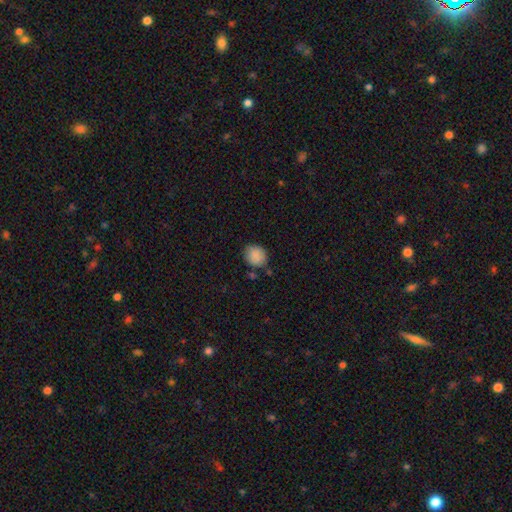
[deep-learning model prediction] Smooth or featured? smooth (88%)
How rounded? round (71%)
Merging? none (77%)